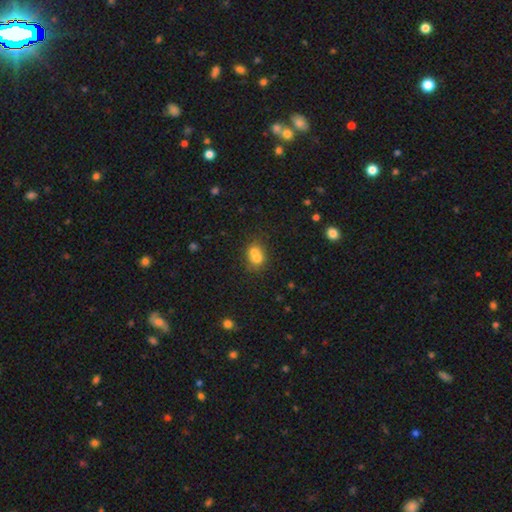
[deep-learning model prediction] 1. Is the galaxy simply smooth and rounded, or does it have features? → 69% smooth, 19% featured or disk, 12% star or artifact.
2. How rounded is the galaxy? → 56% round, 43% in between, 1% cigar-shaped.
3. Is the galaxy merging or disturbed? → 61% merger, 28% none, 8% minor disturbance, 3% major disturbance.